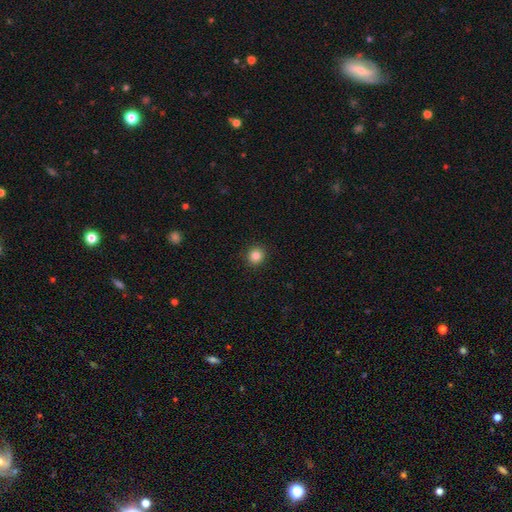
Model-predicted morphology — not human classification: type=smooth (85%); roundness=round (91%); merging=none (92%).